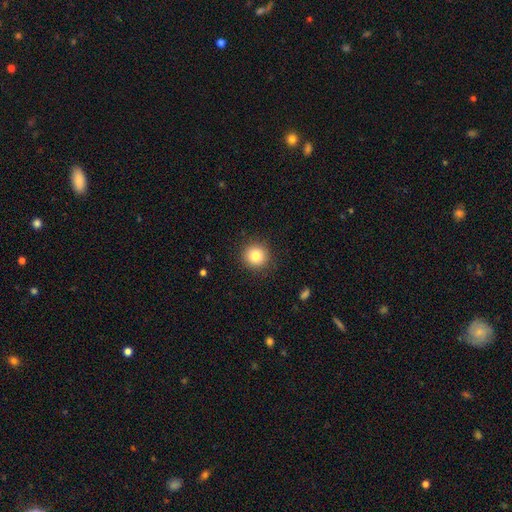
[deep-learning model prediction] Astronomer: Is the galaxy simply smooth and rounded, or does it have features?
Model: smooth — 82%.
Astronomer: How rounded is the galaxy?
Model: round — 93%.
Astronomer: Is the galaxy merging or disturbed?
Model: none — 90%.